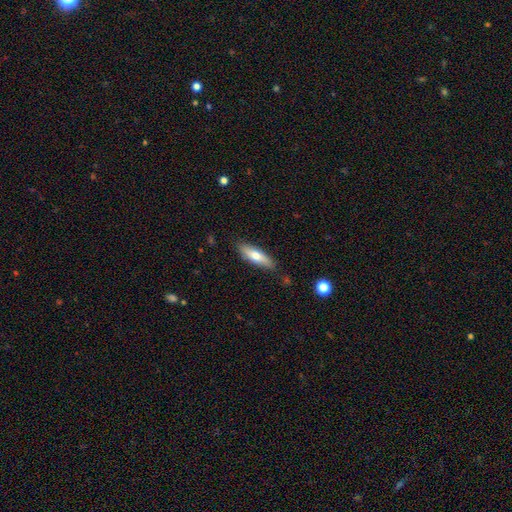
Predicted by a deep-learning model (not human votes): smooth-or-featured: smooth: 67% | featured or disk: 27% | star or artifact: 6%
  how-rounded: cigar-shaped: 52% | in between: 46% | round: 2%
  merging: none: 83% | minor disturbance: 13% | major disturbance: 2% | merger: 2%